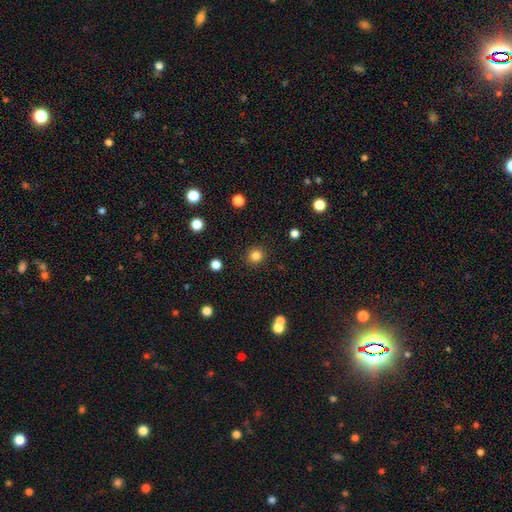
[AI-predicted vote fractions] Overall: smooth (83%). How rounded: round (92%). Merging: none (91%).